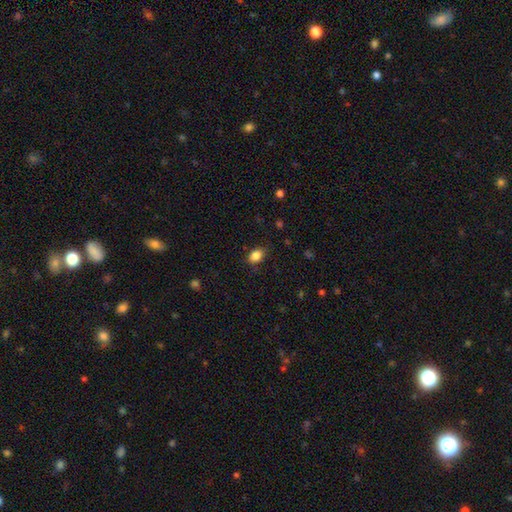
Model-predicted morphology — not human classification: type=smooth (86%); roundness=in between (78%); merging=none (83%).